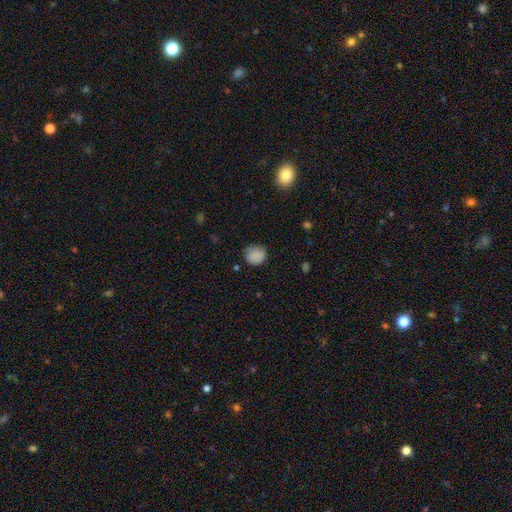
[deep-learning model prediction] Smooth or featured? smooth (84%)
How rounded? round (78%)
Merging? none (73%)